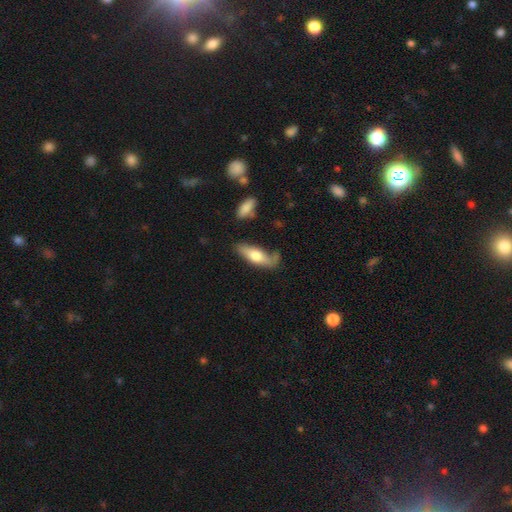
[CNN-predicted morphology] A smooth galaxy with no disk features (62%) that is in between round and cigar-shaped (63%).

Vote fractions:
- Smooth or featured? smooth: 62% / featured or disk: 32% / star or artifact: 6%
- How rounded? in between: 63% / cigar-shaped: 34% / round: 3%
- Merging? none: 52% / minor disturbance: 27% / major disturbance: 14% / merger: 7%